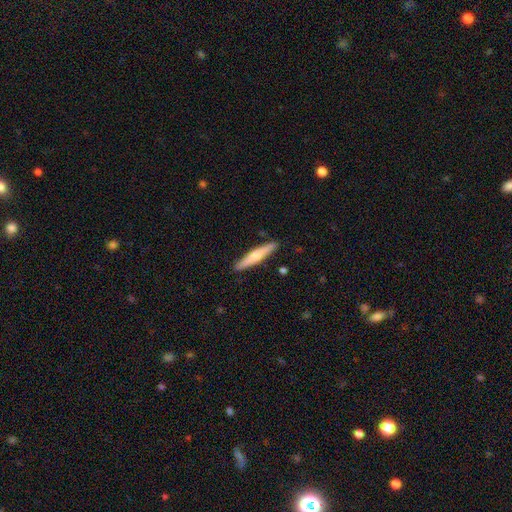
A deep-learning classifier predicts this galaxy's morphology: type=smooth (54%); roundness=cigar-shaped (91%); merging=none (89%).